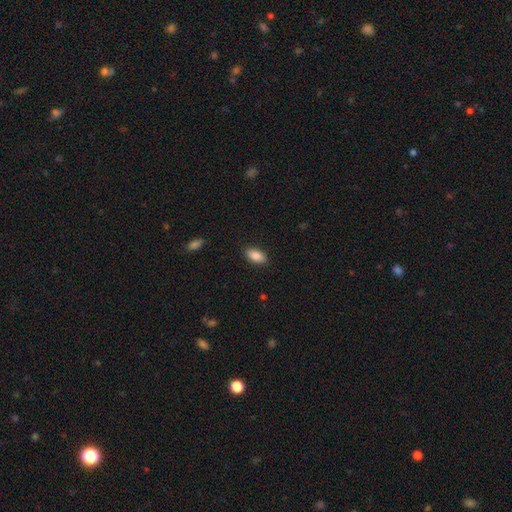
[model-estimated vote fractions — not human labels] The model was most divided on "merging": none: 88%, minor disturbance: 9%, major disturbance: 2%, merger: 1%. More confident: how rounded — in between (92%); smooth or featured — smooth (87%).